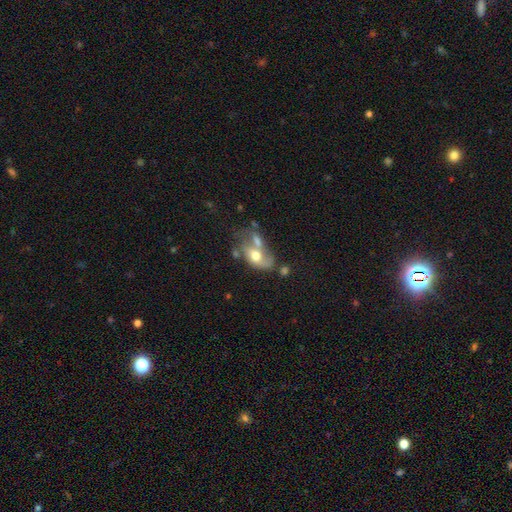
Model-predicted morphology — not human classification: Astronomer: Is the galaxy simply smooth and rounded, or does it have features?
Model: smooth — 50% (runner-up: featured or disk, 42%).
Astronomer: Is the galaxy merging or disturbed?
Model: merger — 44% (runner-up: none, 21%).